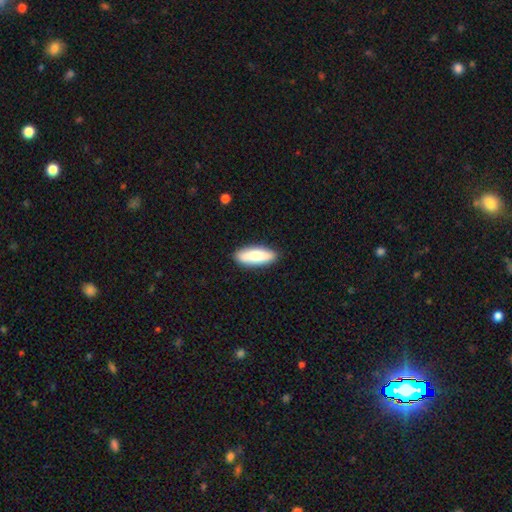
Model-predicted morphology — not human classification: This appears to be a smooth galaxy with no disk features (83%) that is in between round and cigar-shaped (58%). Merging: none (88%).